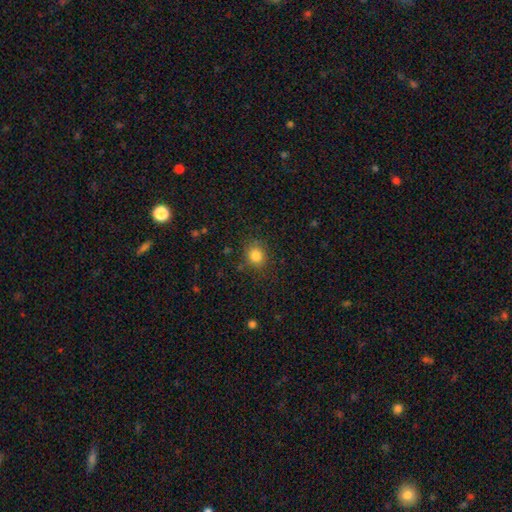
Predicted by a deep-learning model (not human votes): Smooth or featured: smooth — 83% (star or artifact — 11%)
How rounded: round — 72% (in between — 27%)
Merging: none — 83% (minor disturbance — 12%)